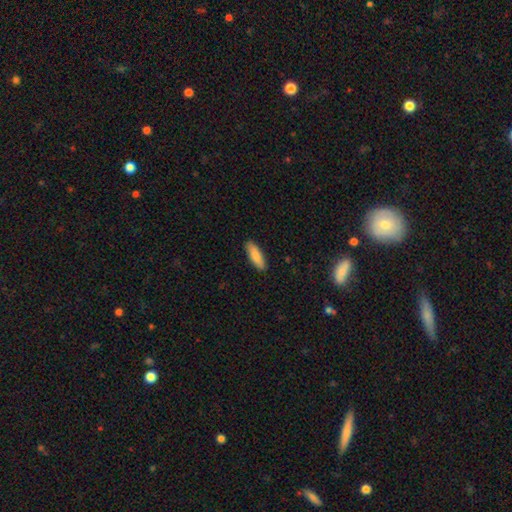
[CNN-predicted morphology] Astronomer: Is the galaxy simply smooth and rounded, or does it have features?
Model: smooth — 84%.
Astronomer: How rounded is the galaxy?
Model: in between — 54% (runner-up: cigar-shaped, 45%).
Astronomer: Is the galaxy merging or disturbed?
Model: none — 89%.